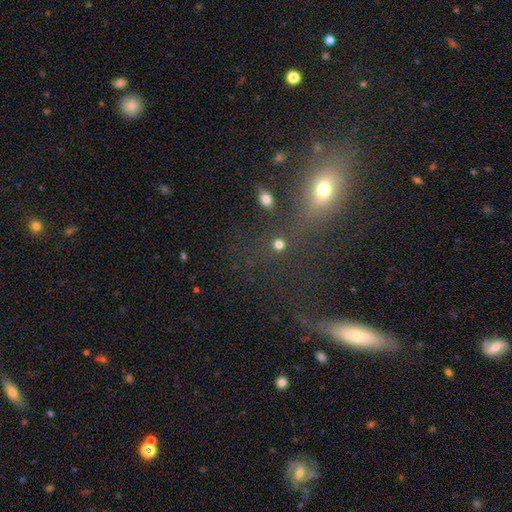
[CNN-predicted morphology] Overall: smooth (49%; star or artifact 33%). Merging: none (62%).